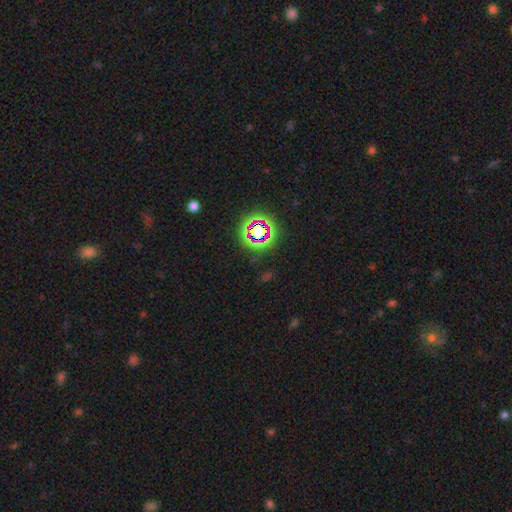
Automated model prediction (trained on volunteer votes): Smooth or featured? Predicted: star or artifact (p=0.71).